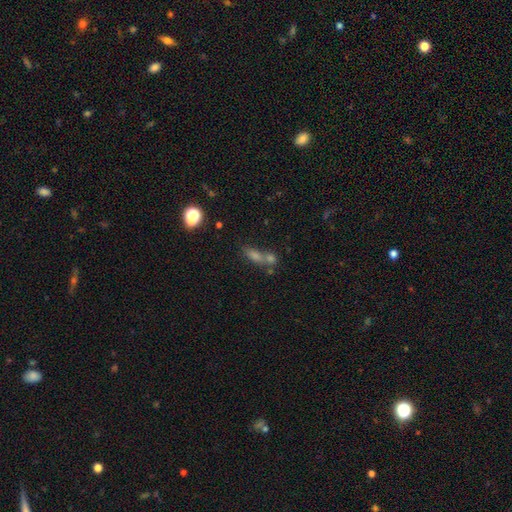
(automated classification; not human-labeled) smooth_or_featured: smooth (p=0.53) [alt: star or artifact p=0.27]
how_rounded: in between (p=0.50) [alt: cigar-shaped p=0.30]
merging: merger (p=0.47) [alt: none p=0.36]